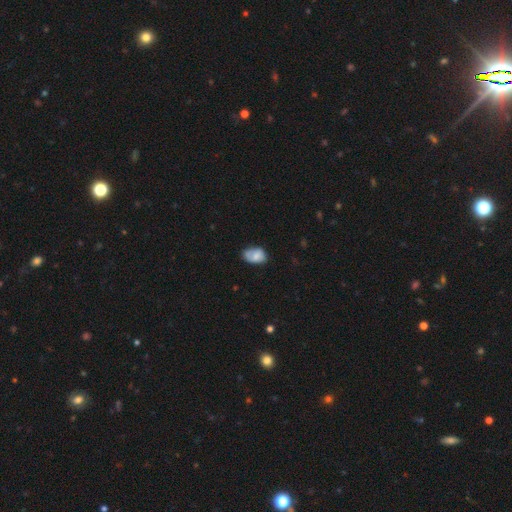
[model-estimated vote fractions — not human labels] This appears to be a smooth galaxy with no disk features (75%) that is in between round and cigar-shaped (88%). Merging: none (52%).